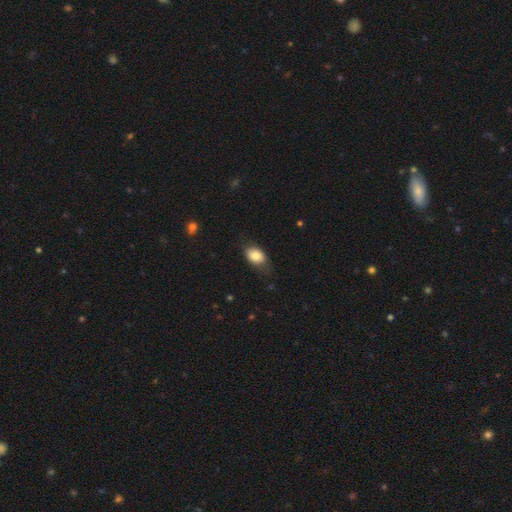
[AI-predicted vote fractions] Smooth or featured: smooth — 81% (featured or disk — 11%)
How rounded: in between — 80% (round — 19%)
Merging: none — 64% (minor disturbance — 26%)